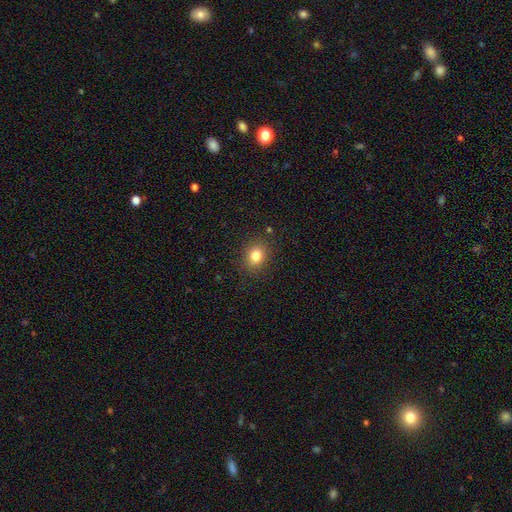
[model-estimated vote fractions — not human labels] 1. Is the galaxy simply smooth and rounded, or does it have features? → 81% smooth, 12% star or artifact, 7% featured or disk.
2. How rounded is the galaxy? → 61% round, 38% in between, 1% cigar-shaped.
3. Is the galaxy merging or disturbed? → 87% none, 9% minor disturbance, 3% major disturbance, 1% merger.